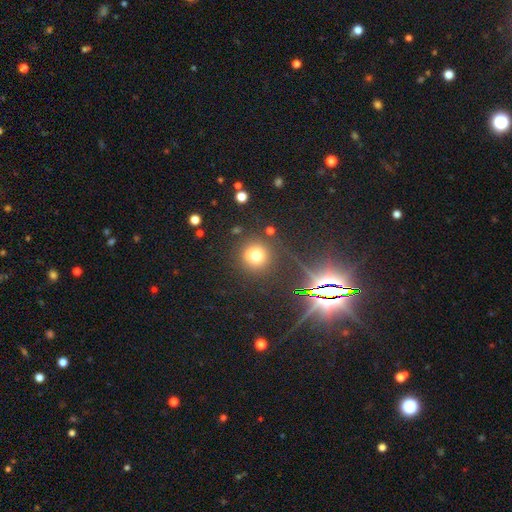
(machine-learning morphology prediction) Smooth or featured?
  - smooth: 64% *
  - star or artifact: 26%
  - featured or disk: 9%
How rounded?
  - round: 92% *
  - in between: 7%
  - cigar-shaped: 1%
Merging?
  - none: 85% *
  - minor disturbance: 8%
  - merger: 4%
  - major disturbance: 3%